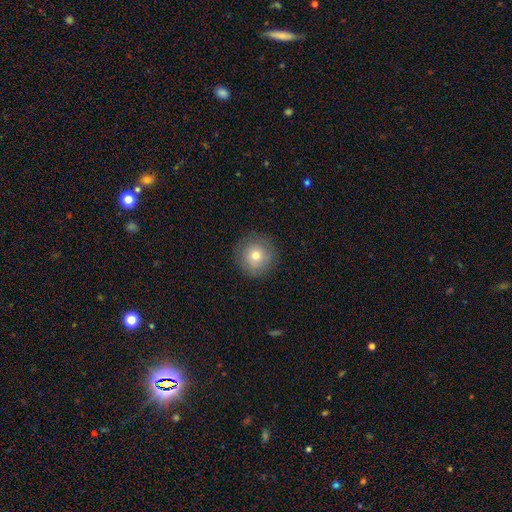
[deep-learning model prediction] Smooth or featured: smooth — 71% (featured or disk — 18%)
How rounded: round — 94% (in between — 6%)
Merging: none — 86% (minor disturbance — 10%)